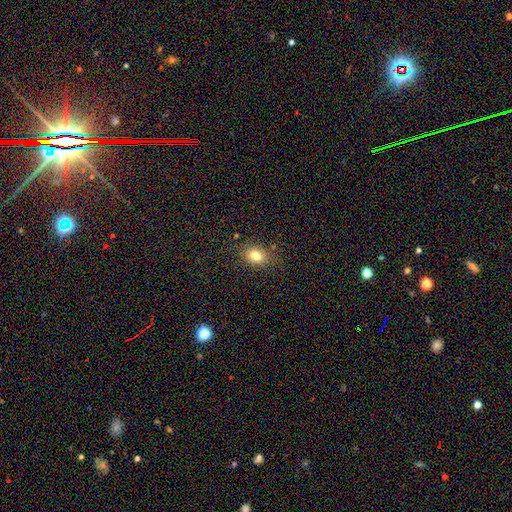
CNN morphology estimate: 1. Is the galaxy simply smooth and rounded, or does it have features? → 80% smooth, 12% star or artifact, 8% featured or disk.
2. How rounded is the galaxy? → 66% in between, 33% round, 1% cigar-shaped.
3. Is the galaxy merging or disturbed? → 83% none, 12% minor disturbance, 3% major disturbance, 1% merger.